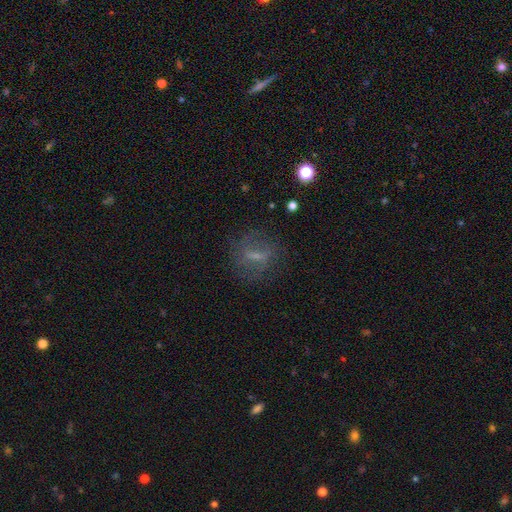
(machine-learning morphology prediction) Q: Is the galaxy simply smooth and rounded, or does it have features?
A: featured or disk — 44%.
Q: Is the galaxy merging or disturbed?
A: none — 71%.